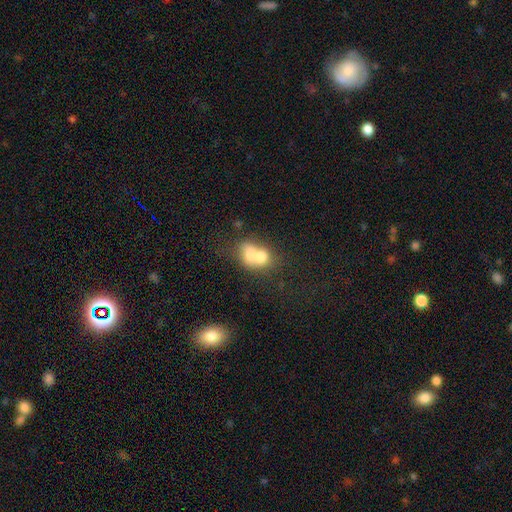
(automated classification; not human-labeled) smooth_or_featured: smooth (p=0.67) [alt: featured or disk p=0.23]
how_rounded: in between (p=0.58) [alt: round p=0.41]
merging: merger (p=0.71) [alt: none p=0.17]